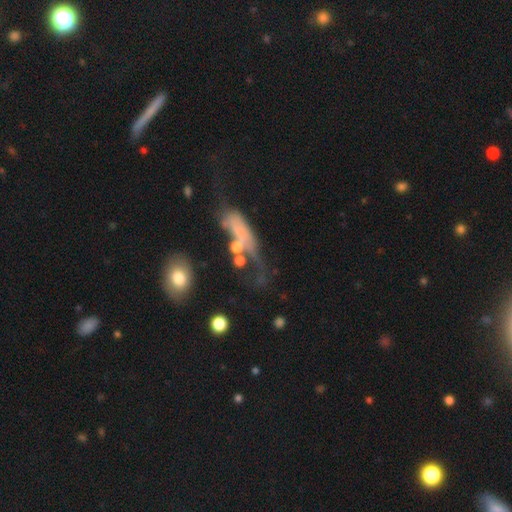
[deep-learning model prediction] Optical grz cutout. It shows a featured or disk galaxy (42%). Merging: none (35%).